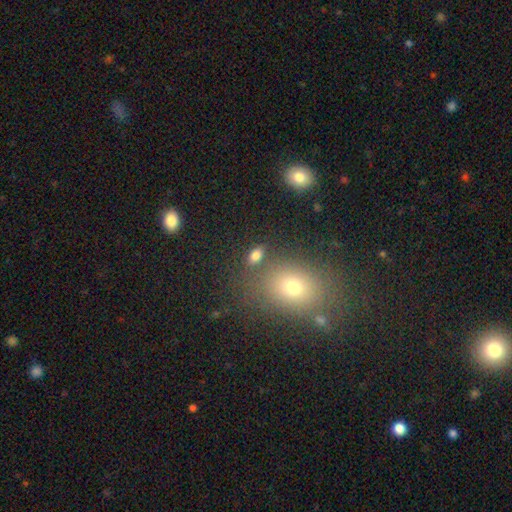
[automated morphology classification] Smooth or featured? Predicted: smooth (p=0.79). How rounded? Predicted: in between (p=0.85). Merging? Predicted: none (p=0.77).